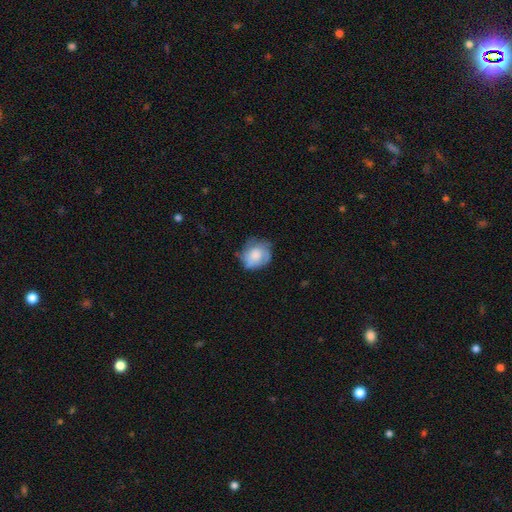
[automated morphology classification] Smooth or featured?
  - smooth: 65% *
  - featured or disk: 28%
  - star or artifact: 8%
How rounded?
  - round: 65% *
  - in between: 34%
  - cigar-shaped: 1%
Merging?
  - none: 58% *
  - minor disturbance: 30%
  - major disturbance: 11%
  - merger: 2%